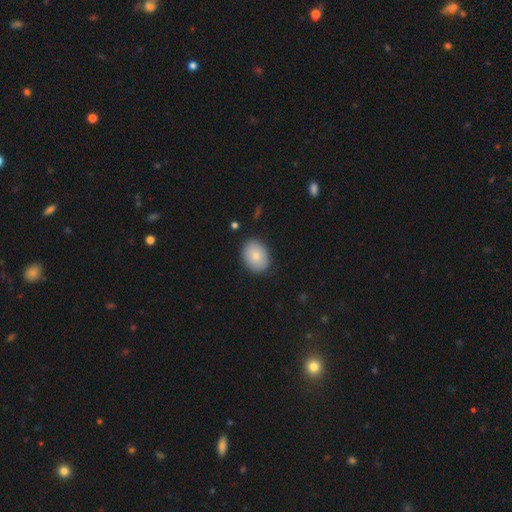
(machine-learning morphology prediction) Smooth or featured? smooth (82%)
How rounded? in between (64%)
Merging? none (87%)